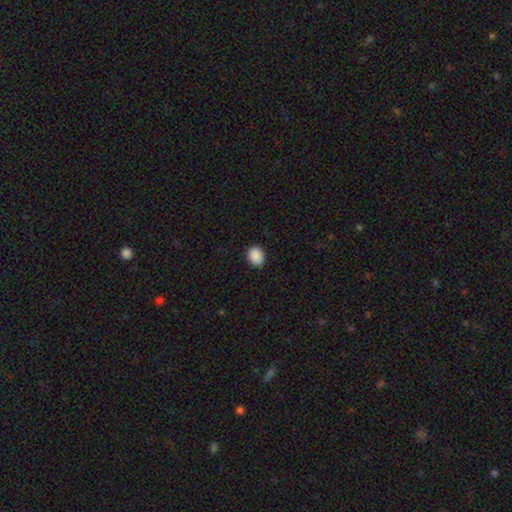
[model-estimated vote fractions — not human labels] smooth 90%, star or artifact 8%, featured or disk 2%. Down the decision tree: how rounded — round (57%); merging — none (91%).